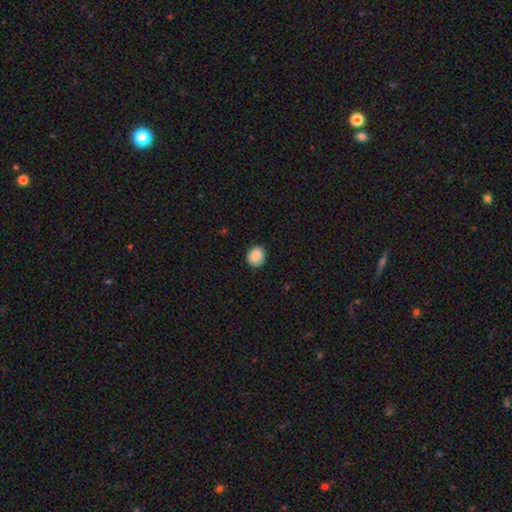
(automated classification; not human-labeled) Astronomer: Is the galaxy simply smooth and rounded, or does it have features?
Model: smooth — 88%.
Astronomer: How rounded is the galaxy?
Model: round — 70%.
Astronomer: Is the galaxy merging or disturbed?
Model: none — 85%.